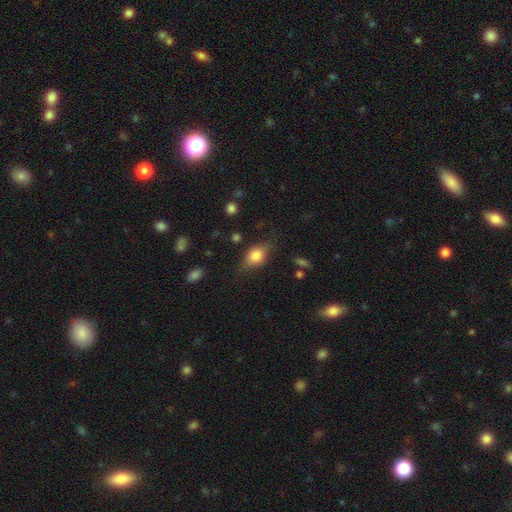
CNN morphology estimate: smooth 73%, featured or disk 18%, star or artifact 9%. Down the decision tree: how rounded — in between (76%); merging — none (70%).